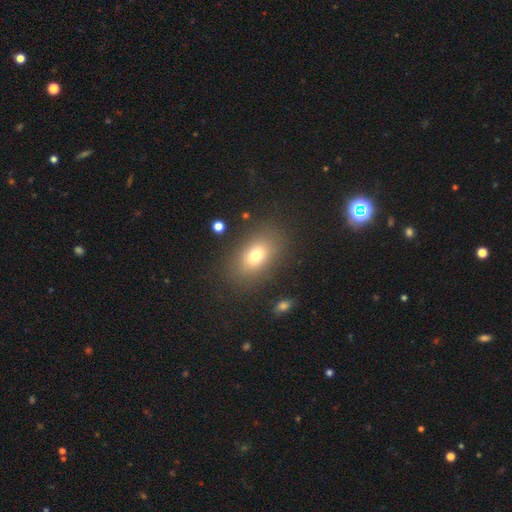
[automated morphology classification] A smooth galaxy with no disk features (73%) that is in between round and cigar-shaped (79%).

Vote fractions:
- Smooth or featured? smooth: 73% / featured or disk: 14% / star or artifact: 12%
- How rounded? in between: 79% / round: 18% / cigar-shaped: 2%
- Merging? none: 83% / minor disturbance: 10% / major disturbance: 5% / merger: 2%